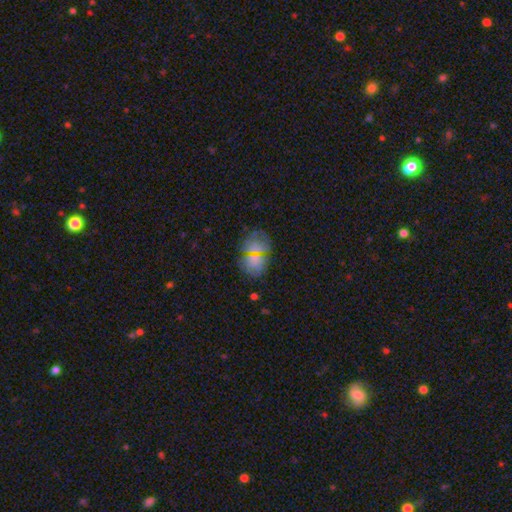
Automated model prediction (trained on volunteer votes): A smooth galaxy with no disk features (55%) that is in between round and cigar-shaped (54%). Merging: none (74%).